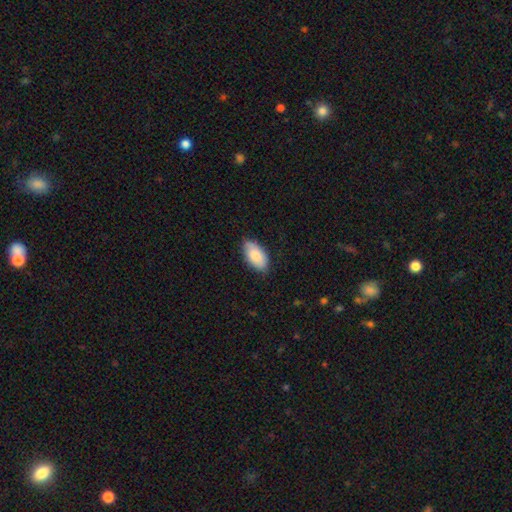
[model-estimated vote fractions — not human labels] Smooth or featured?
  - smooth: 84% *
  - featured or disk: 10%
  - star or artifact: 6%
How rounded?
  - in between: 95% *
  - round: 3%
  - cigar-shaped: 3%
Merging?
  - none: 76% *
  - minor disturbance: 20%
  - major disturbance: 3%
  - merger: 1%